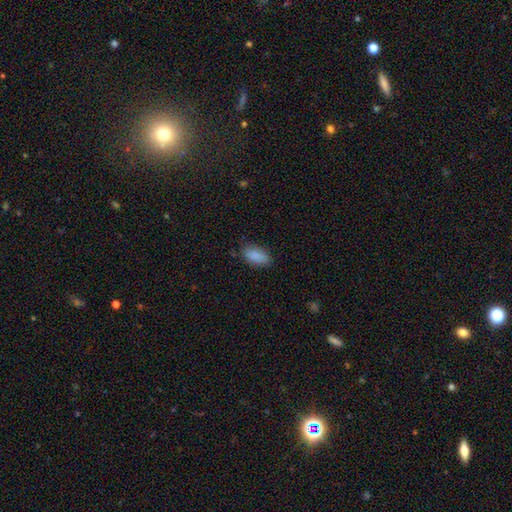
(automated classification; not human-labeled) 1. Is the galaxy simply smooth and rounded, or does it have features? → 88% smooth, 7% star or artifact, 4% featured or disk.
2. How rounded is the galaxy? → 91% in between, 6% cigar-shaped, 3% round.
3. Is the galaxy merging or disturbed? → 81% none, 14% minor disturbance, 3% major disturbance, 1% merger.